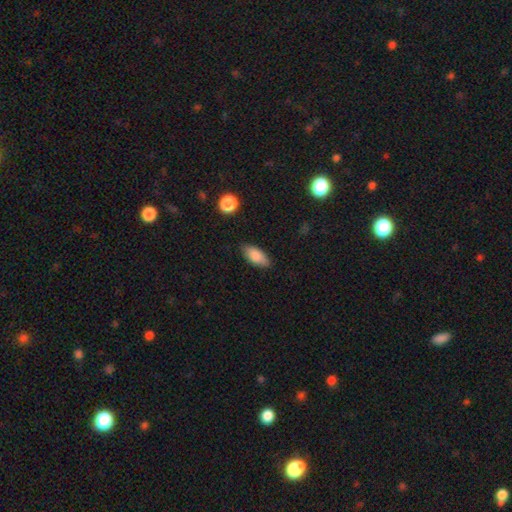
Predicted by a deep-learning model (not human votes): Q: Smooth or featured?
A: smooth (85%); runner-up: featured or disk (7%)
Q: How rounded?
A: in between (88%); runner-up: cigar-shaped (10%)
Q: Merging?
A: none (84%); runner-up: minor disturbance (13%)